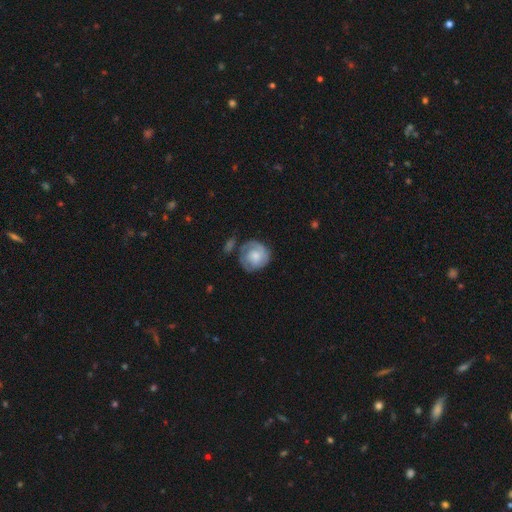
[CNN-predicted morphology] Overall: featured or disk (55%; smooth 39%). Edge-on disk: no (98%). Bar: no (76%). Spiral arms: yes (82%). Bulge size: moderate (46%; small 31%). Merging: none (60%; minor disturbance 22%).